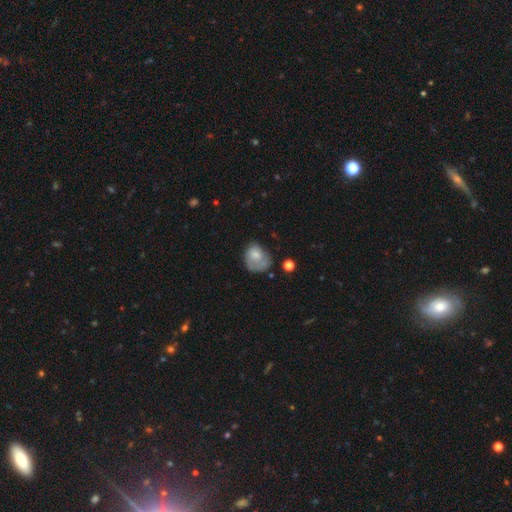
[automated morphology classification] This appears to be a smooth galaxy with no disk features (62%) that is in between round and cigar-shaped (50%). Merging: none (38%).